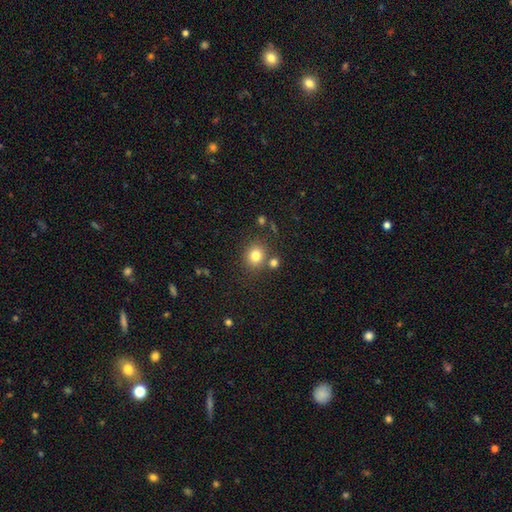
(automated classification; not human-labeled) Smooth or featured? smooth (80%)
How rounded? round (77%)
Merging? none (77%)